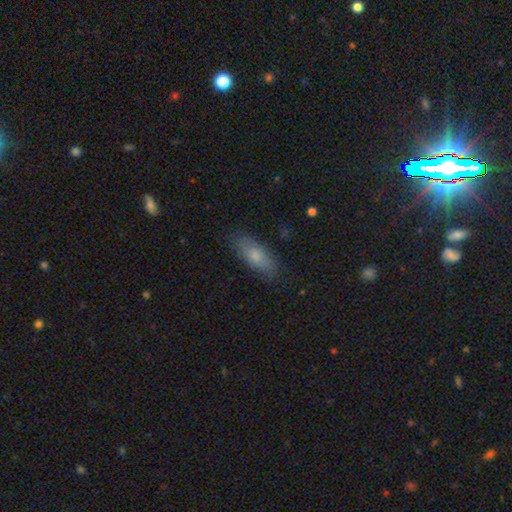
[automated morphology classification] smooth-or-featured: smooth: 75% | featured or disk: 18% | star or artifact: 7%
  how-rounded: in between: 71% | cigar-shaped: 26% | round: 3%
  merging: none: 82% | minor disturbance: 14% | major disturbance: 3% | merger: 1%